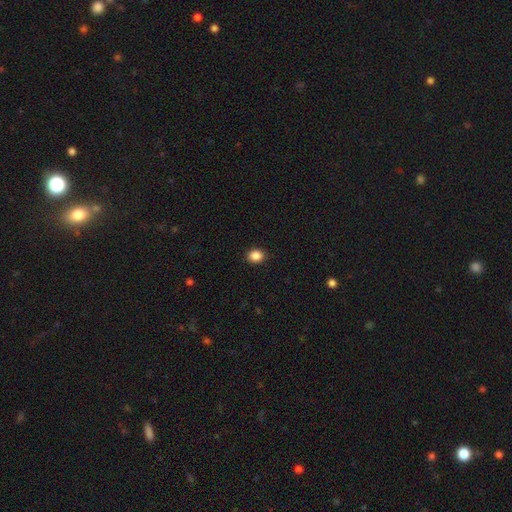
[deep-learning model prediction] A smooth galaxy with no disk features (88%) that is round (54%).

Vote fractions:
- Smooth or featured? smooth: 88% / star or artifact: 10% / featured or disk: 3%
- How rounded? round: 54% / in between: 45% / cigar-shaped: 1%
- Merging? none: 91% / minor disturbance: 6% / major disturbance: 2% / merger: 1%